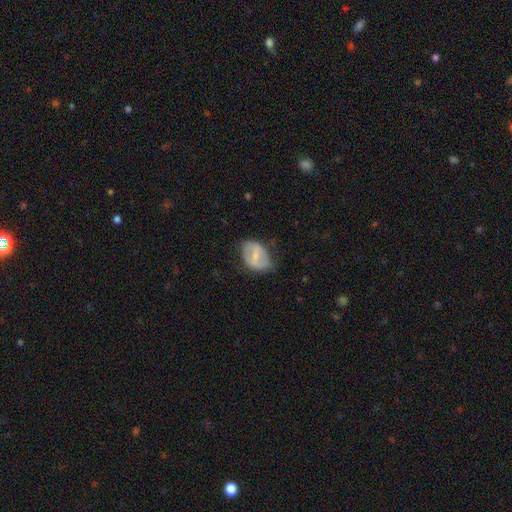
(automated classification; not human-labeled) Morphology: type=featured or disk (49%); merging=none (66%).